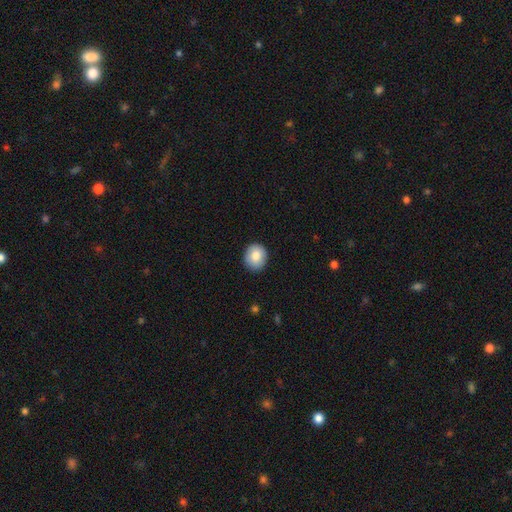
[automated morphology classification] Overall: smooth (82%). How rounded: round (79%). Merging: none (89%).